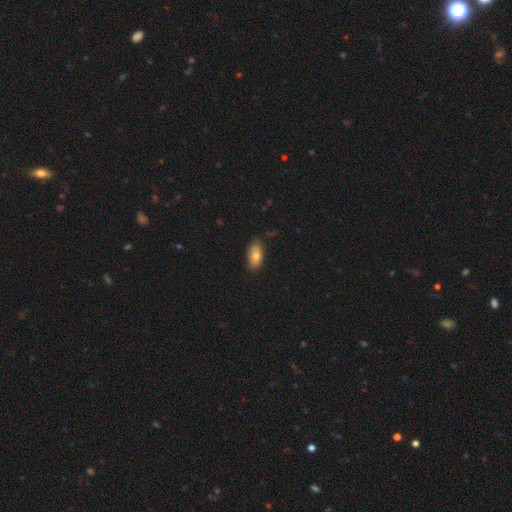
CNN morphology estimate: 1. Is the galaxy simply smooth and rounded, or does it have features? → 79% smooth, 14% featured or disk, 7% star or artifact.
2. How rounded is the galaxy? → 91% in between, 5% cigar-shaped, 4% round.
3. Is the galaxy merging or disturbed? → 78% none, 18% minor disturbance, 3% major disturbance, 1% merger.